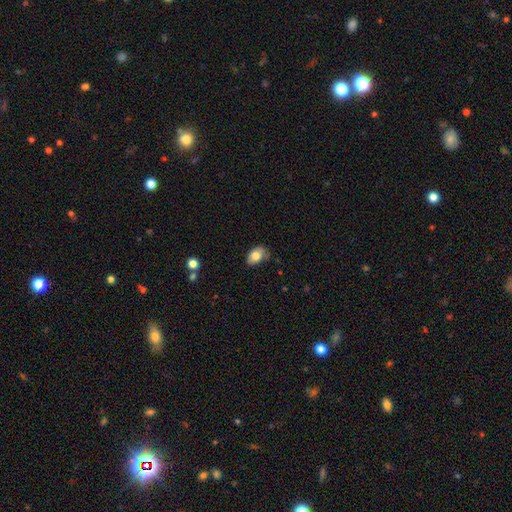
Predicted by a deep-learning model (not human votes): Overall: smooth (77%). How rounded: in between (89%). Merging: none (67%).